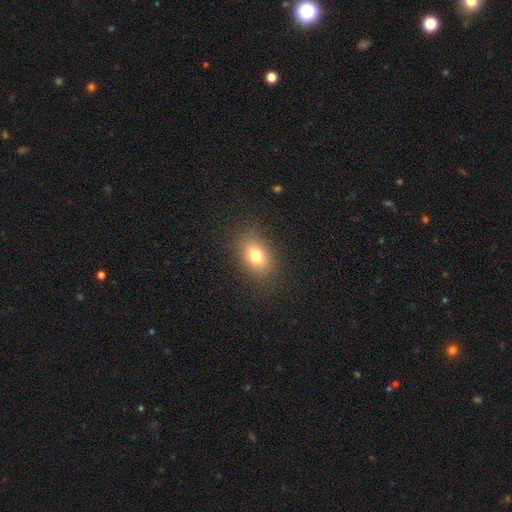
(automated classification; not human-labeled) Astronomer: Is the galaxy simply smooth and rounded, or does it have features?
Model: smooth — 78%.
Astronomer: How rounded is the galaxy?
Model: in between — 77%.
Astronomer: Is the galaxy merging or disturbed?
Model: none — 85%.